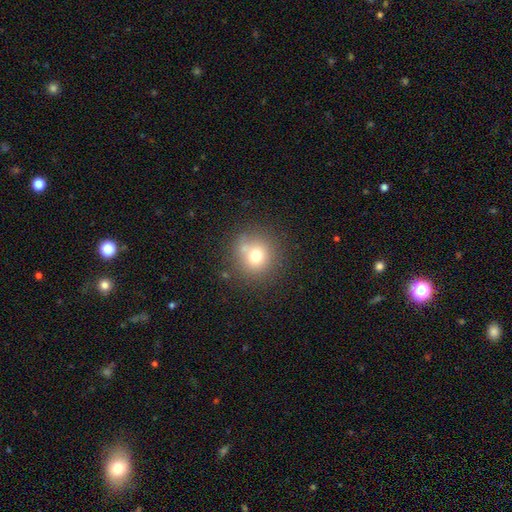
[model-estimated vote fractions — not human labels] A smooth galaxy with no disk features (72%) that is round (90%). Merging: none (72%).